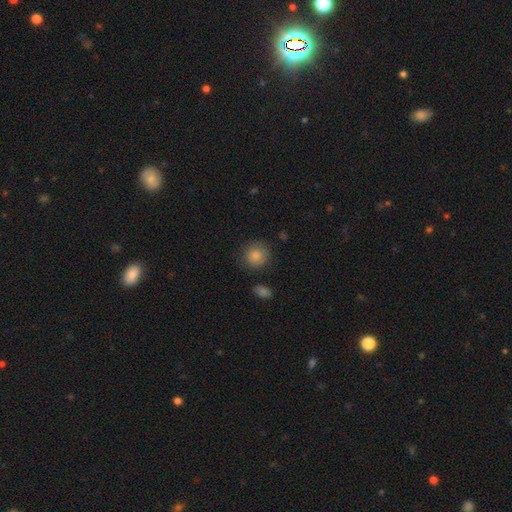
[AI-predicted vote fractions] Q: Smooth or featured?
A: smooth (85%); runner-up: star or artifact (8%)
Q: How rounded?
A: round (88%); runner-up: in between (11%)
Q: Merging?
A: none (80%); runner-up: minor disturbance (14%)